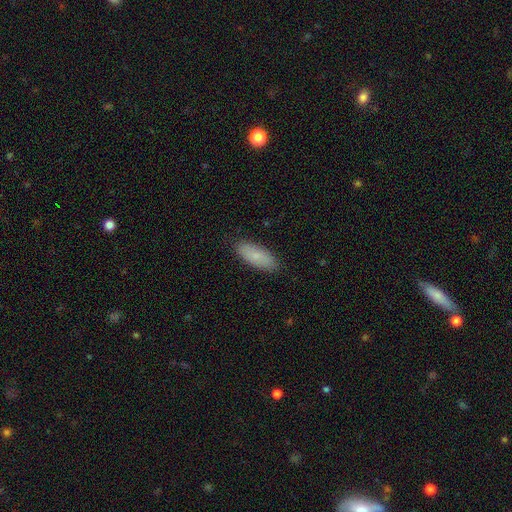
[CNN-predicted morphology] Smooth or featured? Predicted: smooth (p=0.83). How rounded? Predicted: in between (p=0.73). Merging? Predicted: none (p=0.87).